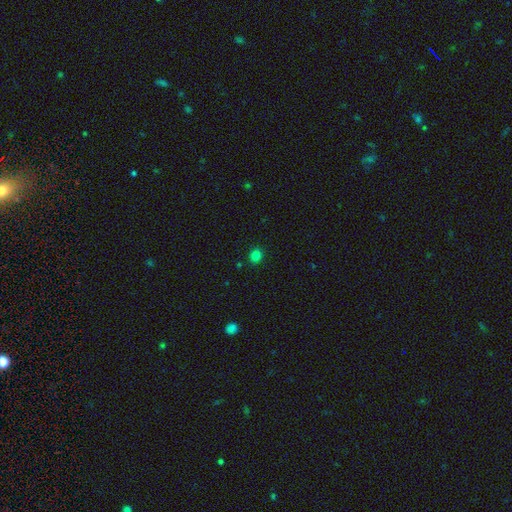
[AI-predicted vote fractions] A smooth galaxy with no disk features (81%) that is round (72%). Merging: none (88%).